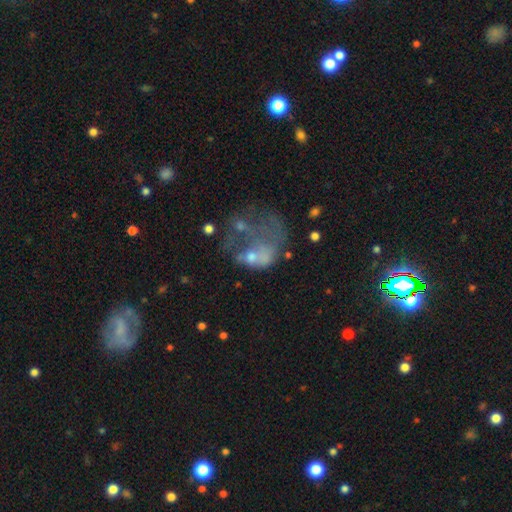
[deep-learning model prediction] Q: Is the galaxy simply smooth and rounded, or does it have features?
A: featured or disk — 48%.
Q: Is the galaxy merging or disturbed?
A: major disturbance — 48%.